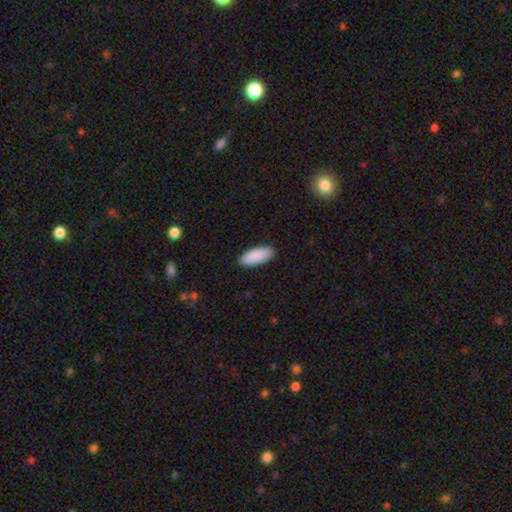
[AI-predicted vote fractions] This appears to be a smooth galaxy with no disk features (91%) that is in between round and cigar-shaped (82%). Merging: none (90%).